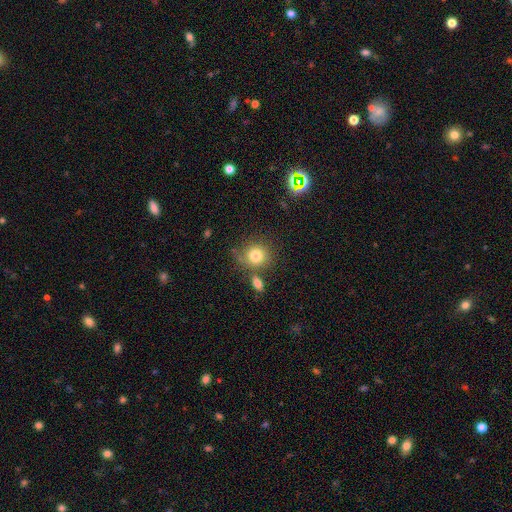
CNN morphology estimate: The model was most divided on "merging": none: 63%, merger: 17%, minor disturbance: 14%, major disturbance: 6%. More confident: how rounded — round (82%); smooth or featured — smooth (80%).